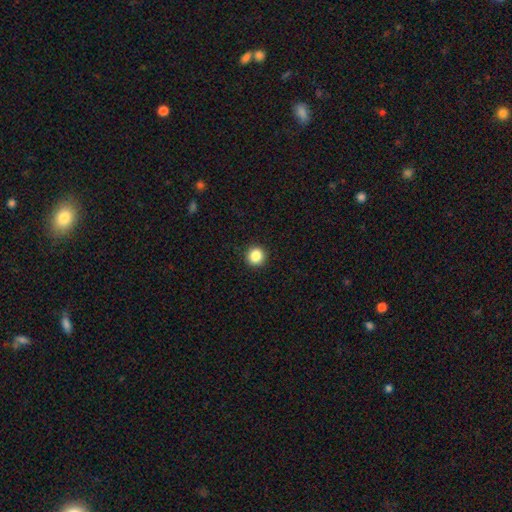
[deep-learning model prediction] Morphology: type=smooth (86%); roundness=round (92%); merging=none (92%).